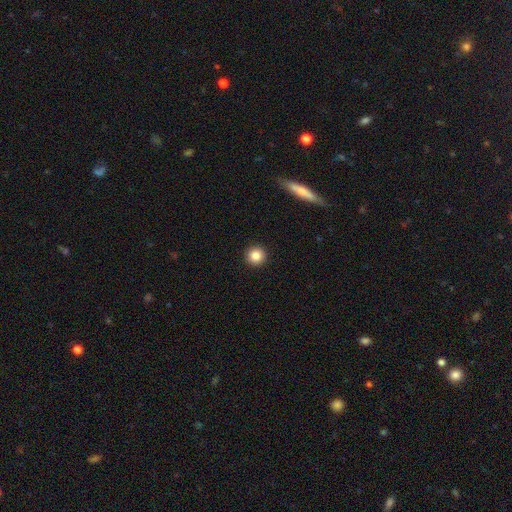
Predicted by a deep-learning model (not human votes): This is clearly a smooth galaxy (85%). How rounded: clearly round (95%). Merging: clearly none (93%).